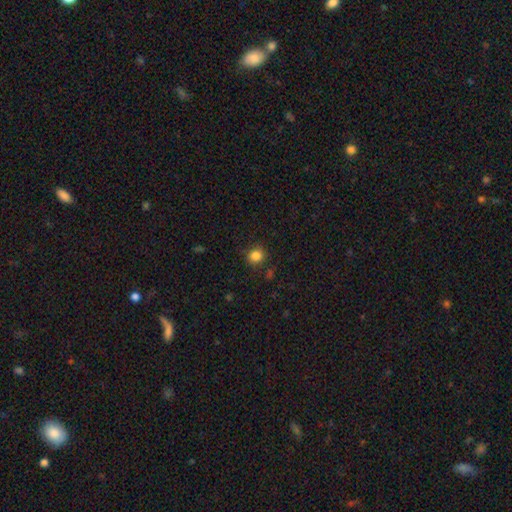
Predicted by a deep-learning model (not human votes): Q: Smooth or featured?
A: smooth (84%); runner-up: star or artifact (12%)
Q: How rounded?
A: round (86%); runner-up: in between (13%)
Q: Merging?
A: none (84%); runner-up: minor disturbance (11%)